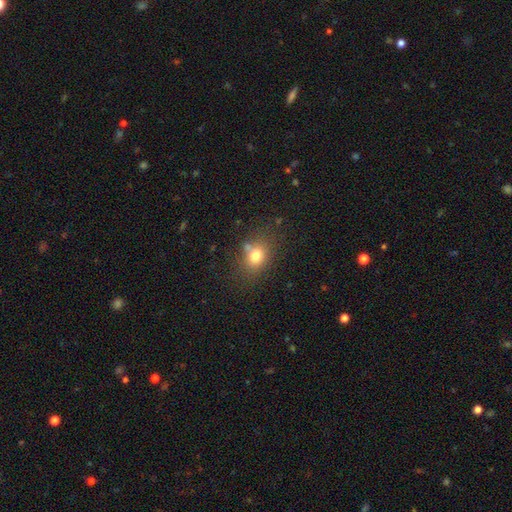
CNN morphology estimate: Smooth or featured? smooth (75%)
How rounded? in between (57%)
Merging? none (68%)